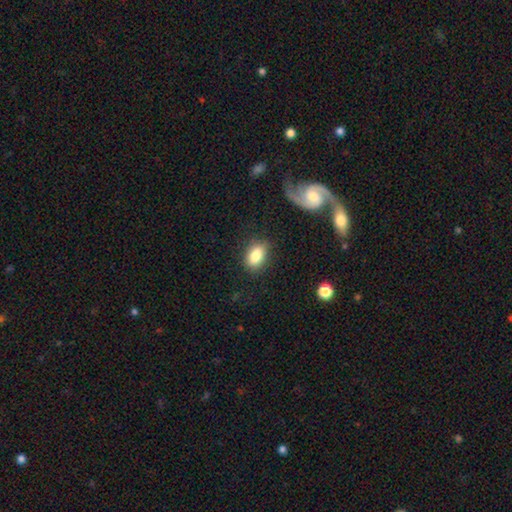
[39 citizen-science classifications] Smooth or featured? smooth (67%)
How rounded? in between (92%)
Merging? none (83%)